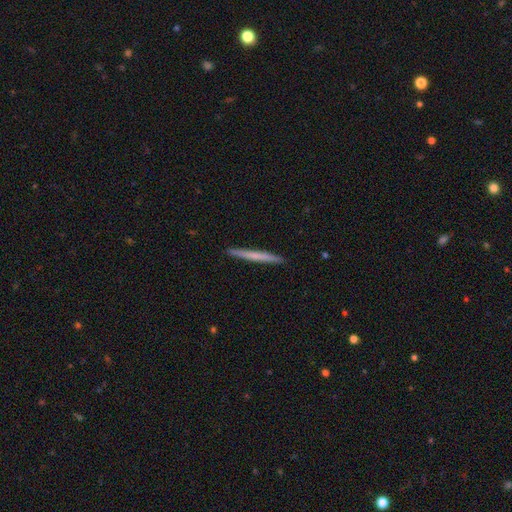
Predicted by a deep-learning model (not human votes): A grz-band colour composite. It shows a smooth galaxy with no disk features (55%) that is cigar-shaped (97%). Merging: none (93%).